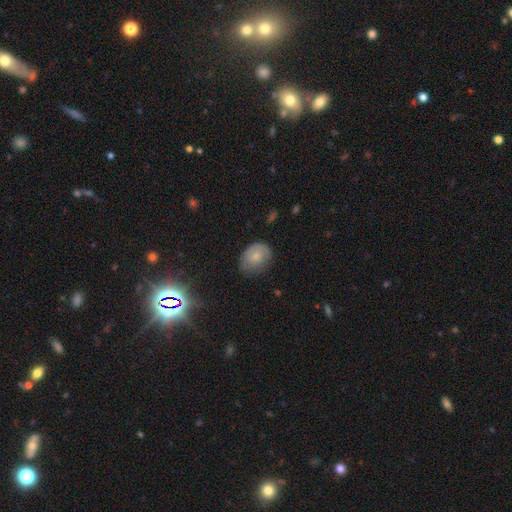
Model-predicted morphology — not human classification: Smooth or featured?
  - smooth: 72% *
  - featured or disk: 19%
  - star or artifact: 9%
How rounded?
  - in between: 61% *
  - round: 38%
  - cigar-shaped: 1%
Merging?
  - none: 64% *
  - minor disturbance: 28%
  - major disturbance: 7%
  - merger: 1%